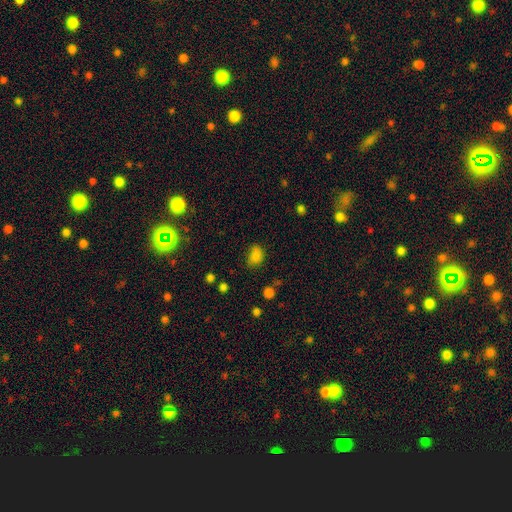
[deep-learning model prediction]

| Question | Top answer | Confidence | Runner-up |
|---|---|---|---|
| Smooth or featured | smooth | 80% | star or artifact (15%) |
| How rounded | in between | 75% | round (24%) |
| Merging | none | 65% | minor disturbance (25%) |